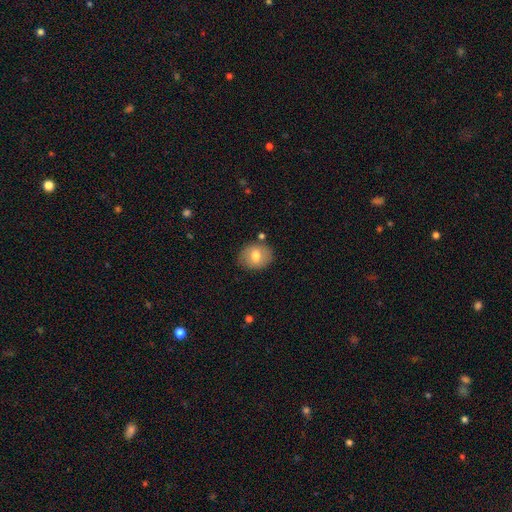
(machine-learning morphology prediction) This is likely a smooth galaxy (70%). How rounded: possibly round (58%). Merging: likely none (80%).